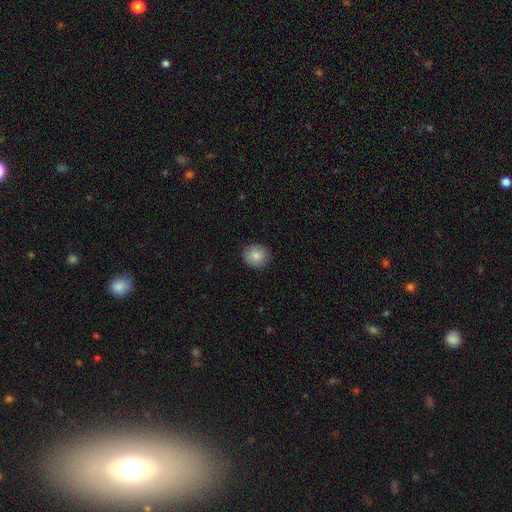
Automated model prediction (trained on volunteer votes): smooth 85%, star or artifact 8%, featured or disk 8%. Down the decision tree: how rounded — round (83%); merging — none (89%).